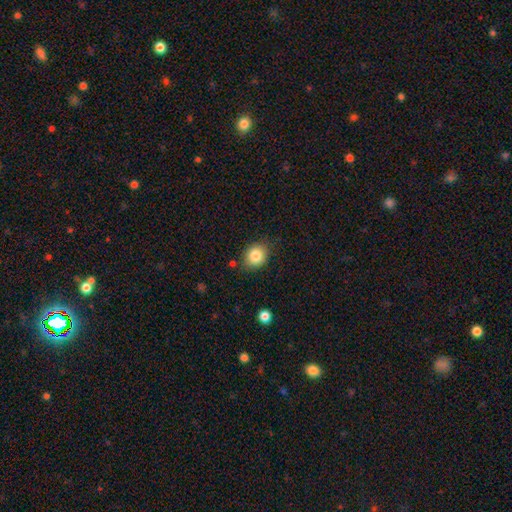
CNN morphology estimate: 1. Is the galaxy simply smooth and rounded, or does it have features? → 84% smooth, 9% star or artifact, 7% featured or disk.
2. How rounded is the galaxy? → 61% round, 38% in between, 1% cigar-shaped.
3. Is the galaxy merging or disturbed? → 79% none, 15% minor disturbance, 4% major disturbance, 3% merger.